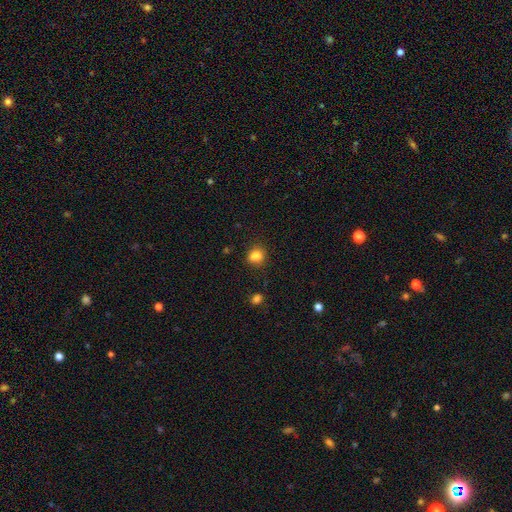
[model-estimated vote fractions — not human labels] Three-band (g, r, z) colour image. It shows a smooth galaxy with no disk features (84%) that is round (54%). Merging: none (75%).